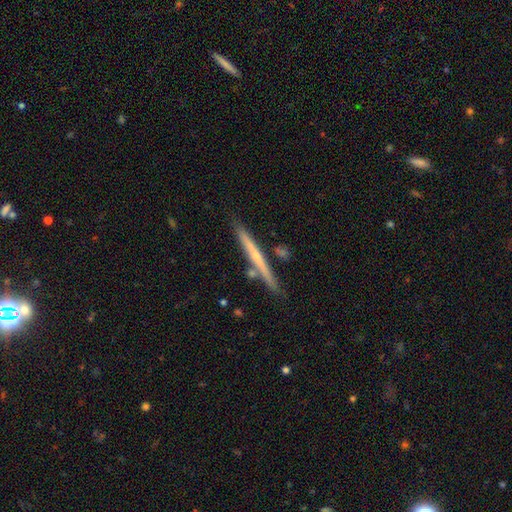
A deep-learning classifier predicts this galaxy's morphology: Smooth or featured? Predicted: featured or disk (p=0.57). Edge-on disk? Predicted: yes (p=0.97). Edge-on bulge? Predicted: none (p=0.62). Merging? Predicted: none (p=0.83).